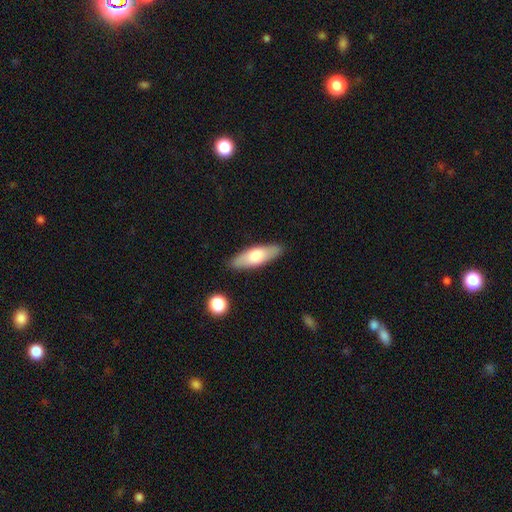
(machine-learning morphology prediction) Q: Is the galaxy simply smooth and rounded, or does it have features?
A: smooth — 66%.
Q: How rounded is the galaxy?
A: in between — 55%.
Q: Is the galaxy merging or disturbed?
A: none — 87%.